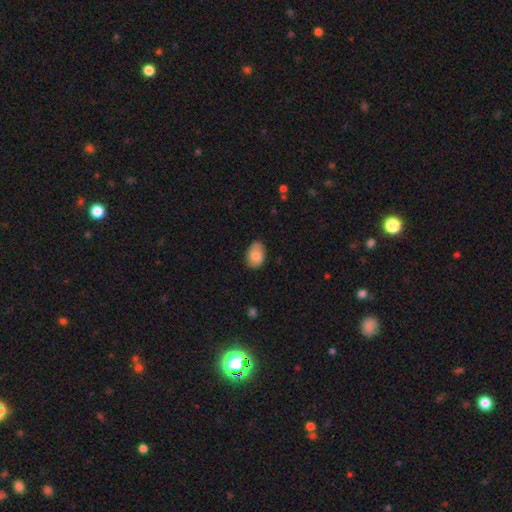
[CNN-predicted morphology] Smooth or featured? smooth (82%)
How rounded? in between (79%)
Merging? none (76%)